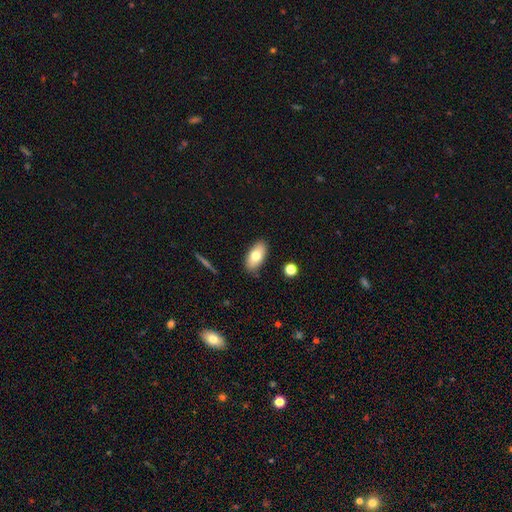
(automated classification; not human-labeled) A smooth galaxy with no disk features (74%) that is in between round and cigar-shaped (92%).

Vote fractions:
- Smooth or featured? smooth: 74% / featured or disk: 18% / star or artifact: 7%
- How rounded? in between: 92% / cigar-shaped: 5% / round: 4%
- Merging? none: 84% / minor disturbance: 11% / major disturbance: 2% / merger: 2%